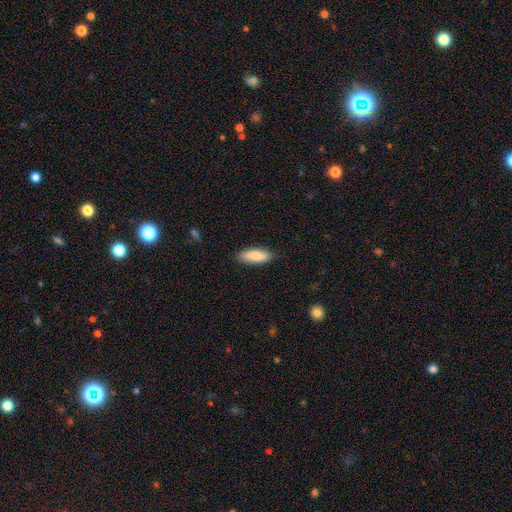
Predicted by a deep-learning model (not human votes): smooth 86%, featured or disk 9%, star or artifact 6%. Down the decision tree: how rounded — in between (70%); merging — none (87%).